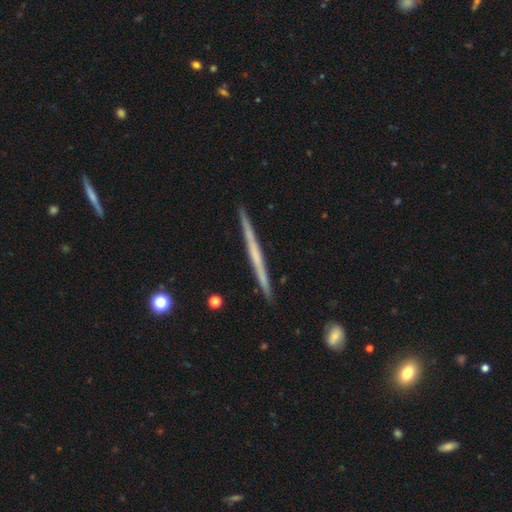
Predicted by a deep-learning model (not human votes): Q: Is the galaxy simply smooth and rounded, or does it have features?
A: featured or disk — 65%.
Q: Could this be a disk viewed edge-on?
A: yes — 98%.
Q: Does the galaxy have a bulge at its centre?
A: none — 79%.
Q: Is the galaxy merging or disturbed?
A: none — 92%.